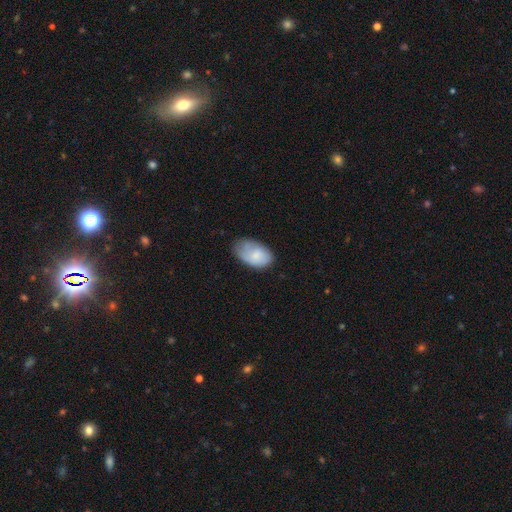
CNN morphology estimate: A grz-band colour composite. It shows a smooth galaxy with no disk features (76%) that is in between round and cigar-shaped (92%). Merging: none (55%).